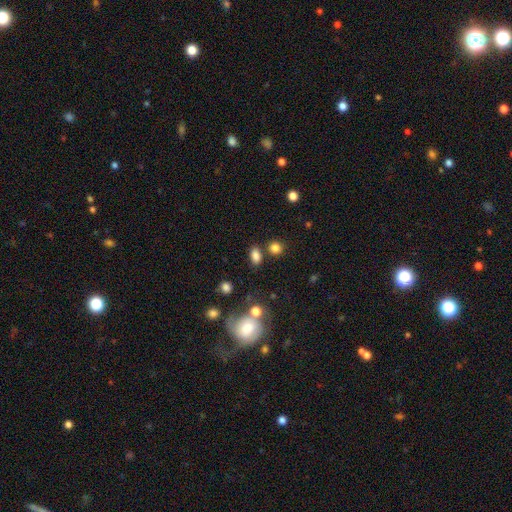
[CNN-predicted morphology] This appears to be a smooth galaxy with no disk features (82%) that is in between round and cigar-shaped (77%). Merging: none (73%).